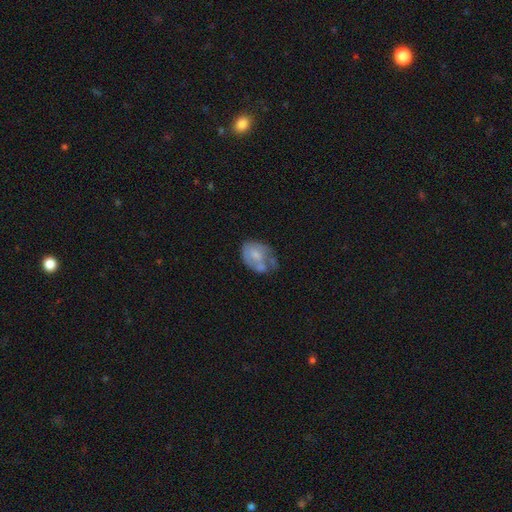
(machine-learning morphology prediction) smooth-or-featured: smooth: 46% (tied) | featured or disk: 46% (tied) | star or artifact: 8%
  merging: none: 28% | minor disturbance: 27% | merger: 24% | major disturbance: 21%